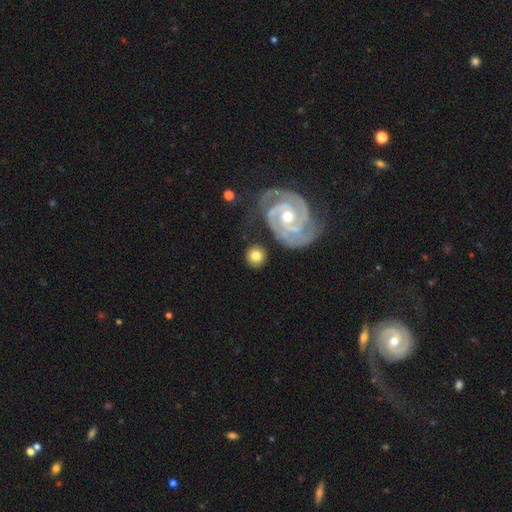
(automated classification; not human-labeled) A smooth galaxy with no disk features (67%) that is round (85%). Merging: none (77%).